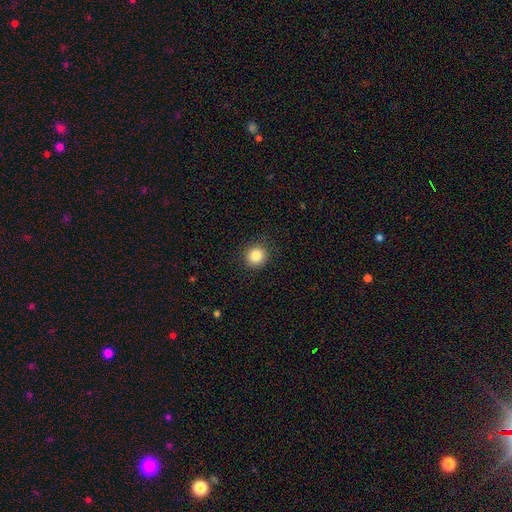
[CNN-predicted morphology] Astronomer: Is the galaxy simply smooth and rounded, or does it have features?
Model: smooth — 85%.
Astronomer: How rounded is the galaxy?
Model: round — 86%.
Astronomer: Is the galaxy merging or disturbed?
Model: none — 89%.